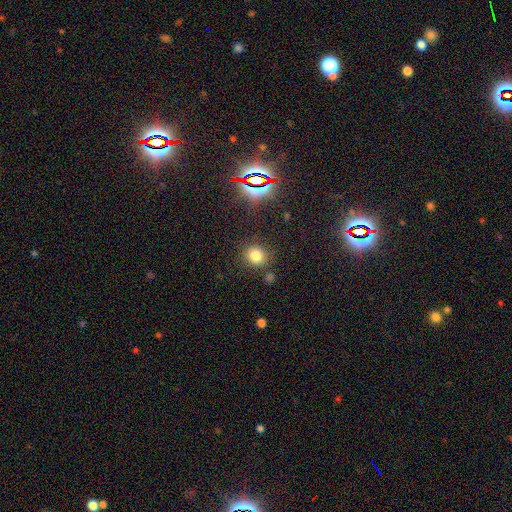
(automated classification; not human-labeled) Smooth or featured? Predicted: smooth (p=0.77). How rounded? Predicted: round (p=0.80). Merging? Predicted: none (p=0.80).